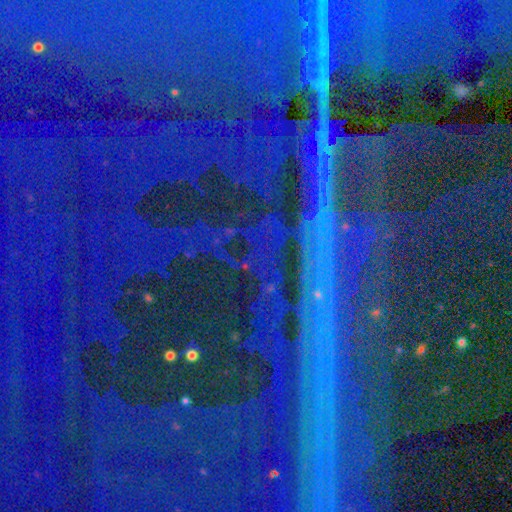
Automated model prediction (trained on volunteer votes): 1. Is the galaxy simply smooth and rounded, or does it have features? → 89% star or artifact, 6% featured or disk, 5% smooth.